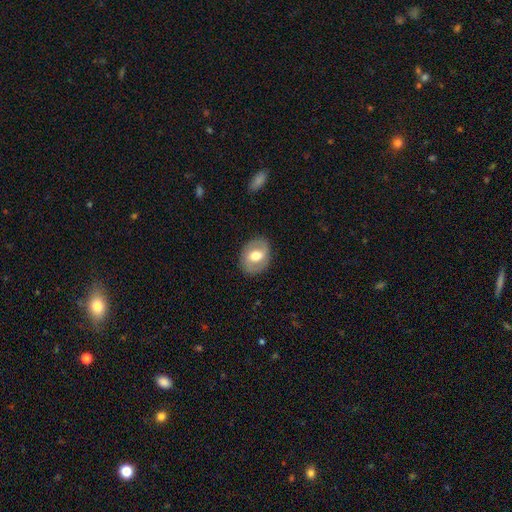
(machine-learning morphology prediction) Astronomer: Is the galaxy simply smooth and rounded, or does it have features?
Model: featured or disk — 48% (runner-up: smooth, 46%).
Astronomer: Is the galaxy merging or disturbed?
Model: none — 84%.